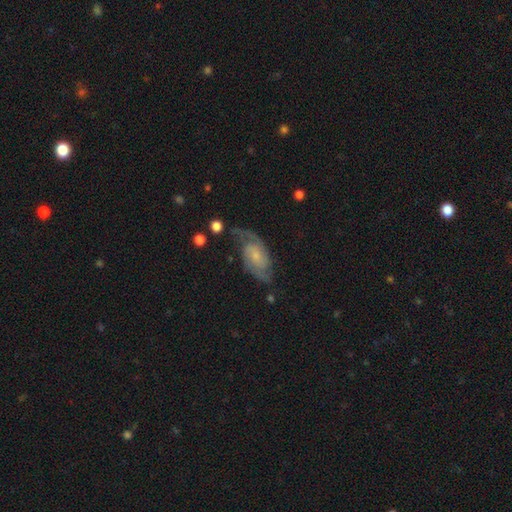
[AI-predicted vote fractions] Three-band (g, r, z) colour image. It shows a featured or disk galaxy (80%) with no bar (56%), 2 (82%) medium (48%) spiral arms (95%) and a small central bulge (60%). Merging: none (63%).